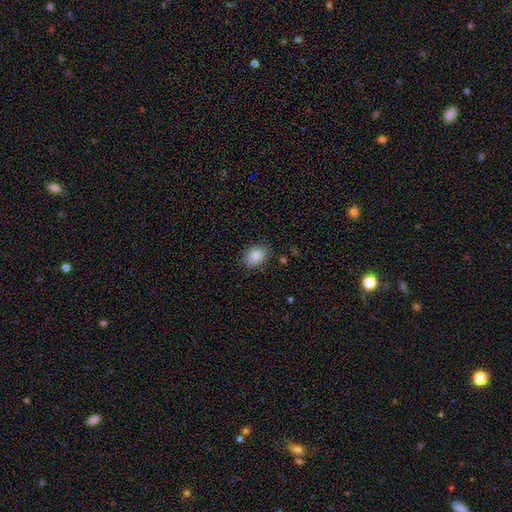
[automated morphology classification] Q: Smooth or featured?
A: smooth (86%); runner-up: star or artifact (8%)
Q: How rounded?
A: in between (73%); runner-up: round (26%)
Q: Merging?
A: none (83%); runner-up: minor disturbance (13%)